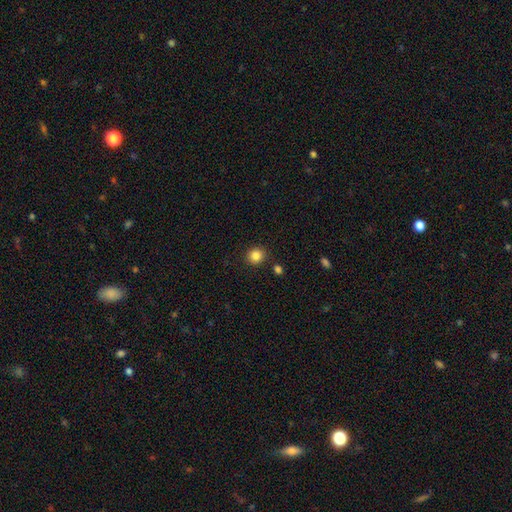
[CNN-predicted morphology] smooth 85%, star or artifact 11%, featured or disk 4%. Down the decision tree: how rounded — round (86%); merging — none (88%).